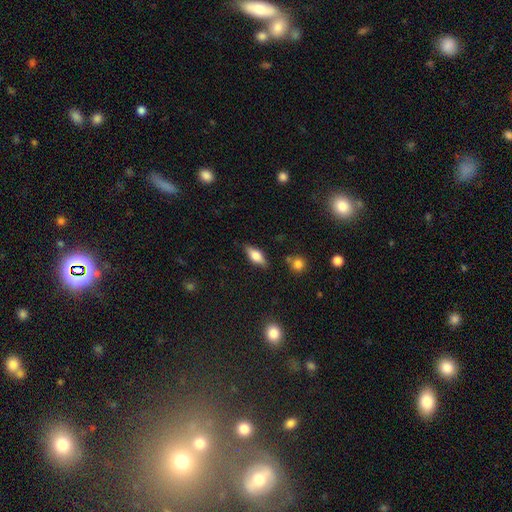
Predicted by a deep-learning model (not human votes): Smooth or featured? smooth (51%)
How rounded? in between (70%)
Merging? none (81%)